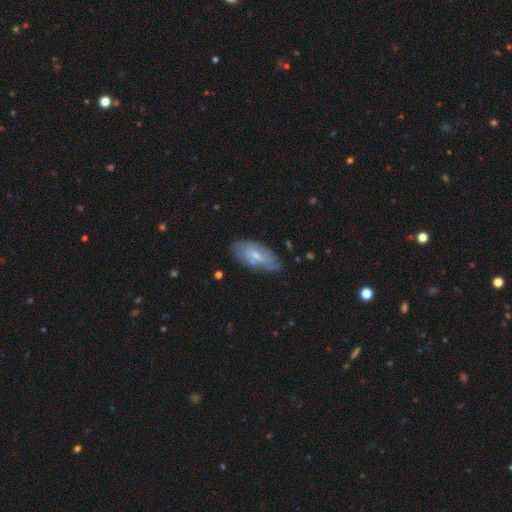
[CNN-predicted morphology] Smooth or featured: featured or disk — 47% (smooth — 46%)
Merging: none — 74% (minor disturbance — 20%)